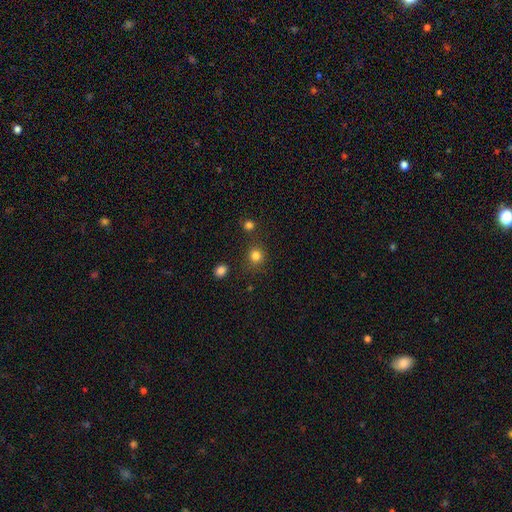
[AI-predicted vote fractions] Smooth or featured? smooth (81%)
How rounded? round (88%)
Merging? none (80%)